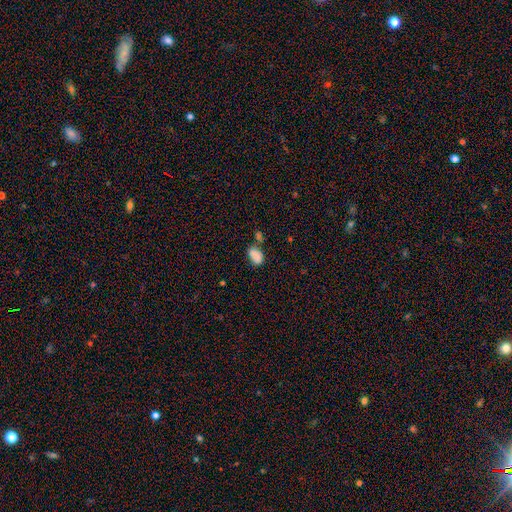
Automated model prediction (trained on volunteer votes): The model was most divided on "merging": none: 48%, merger: 24%, minor disturbance: 21%, major disturbance: 8%. More confident: how rounded — in between (89%); smooth or featured — smooth (83%).